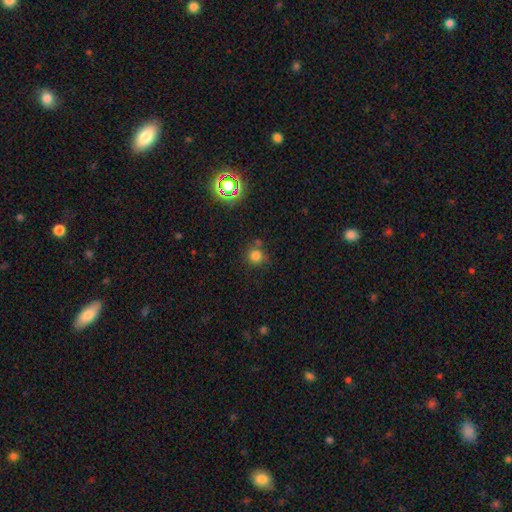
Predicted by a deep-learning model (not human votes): Overall: smooth (77%). How rounded: round (91%). Merging: none (71%).